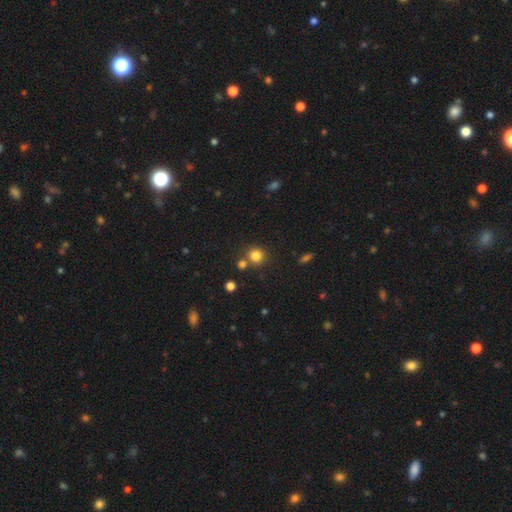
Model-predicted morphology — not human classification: smooth-or-featured: smooth: 81% | star or artifact: 13% | featured or disk: 6%
  how-rounded: round: 90% | in between: 9% | cigar-shaped: 1%
  merging: none: 70% | merger: 18% | minor disturbance: 8% | major disturbance: 3%